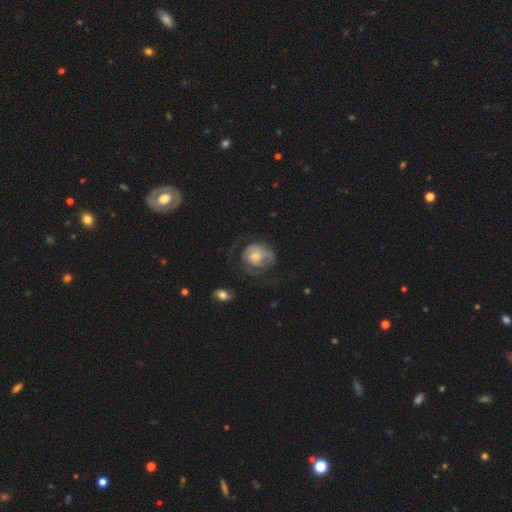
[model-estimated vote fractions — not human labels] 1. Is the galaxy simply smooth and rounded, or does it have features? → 60% featured or disk, 33% smooth, 7% star or artifact.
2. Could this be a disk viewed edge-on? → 97% no, 3% yes.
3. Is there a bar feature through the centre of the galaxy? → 75% no, 21% weak, 4% strong.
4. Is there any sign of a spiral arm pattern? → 73% yes, 27% no.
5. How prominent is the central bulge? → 45% small, 40% moderate, 8% large, 6% none, 2% dominant.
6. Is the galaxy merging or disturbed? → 41% none, 34% major disturbance, 22% minor disturbance, 2% merger.